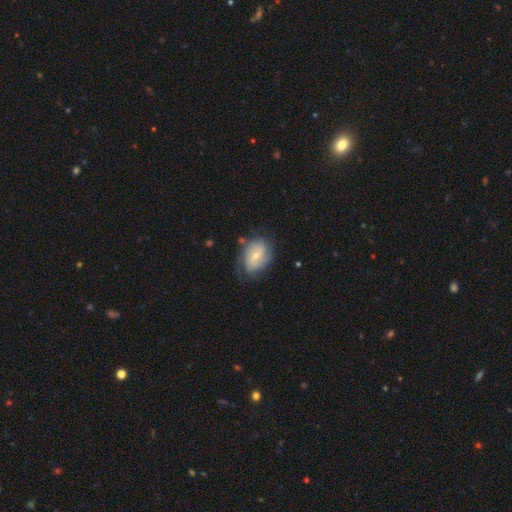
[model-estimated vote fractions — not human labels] smooth_or_featured: featured or disk (p=0.50) [alt: smooth p=0.43]
disk_edge_on: no (p=0.95) [alt: yes p=0.05]
merging: none (p=0.59) [alt: minor disturbance p=0.27]